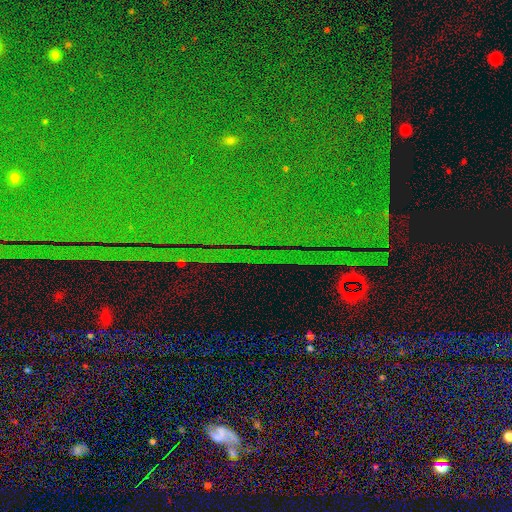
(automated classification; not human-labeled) Smooth or featured? star or artifact (86%)